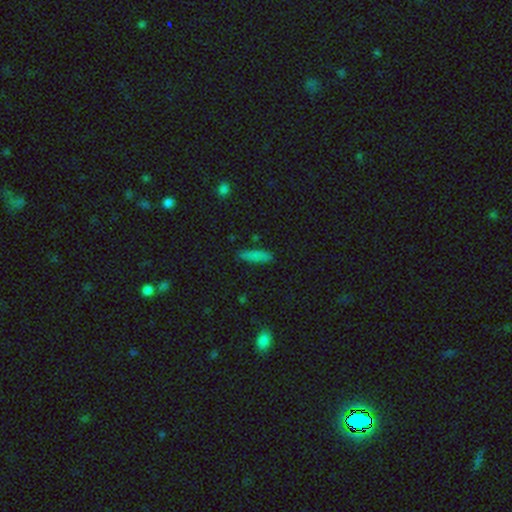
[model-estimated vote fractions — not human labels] This appears to be a smooth galaxy with no disk features (81%) that is cigar-shaped (59%). Merging: none (84%).